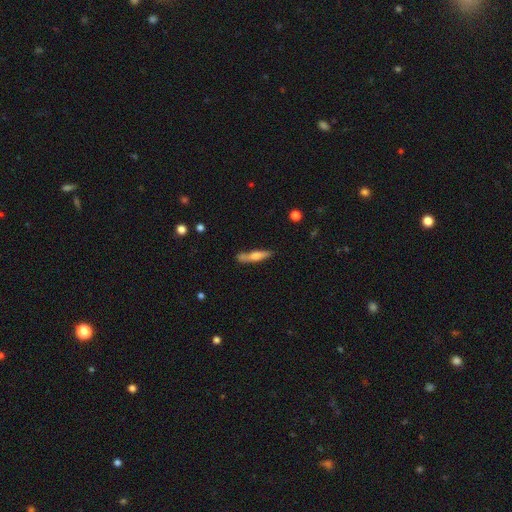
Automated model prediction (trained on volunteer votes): The model was most divided on "smooth or featured": smooth: 50%, featured or disk: 44%, star or artifact: 6%. More confident: merging — none (71%).